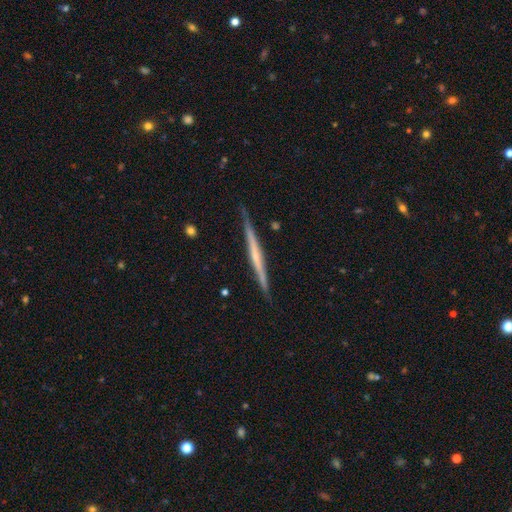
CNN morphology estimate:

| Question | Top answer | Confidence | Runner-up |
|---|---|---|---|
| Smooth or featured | featured or disk | 71% | smooth (24%) |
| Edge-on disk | yes | 98% | no (2%) |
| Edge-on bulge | none | 59% | rounded (33%) |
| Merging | none | 88% | minor disturbance (9%) |